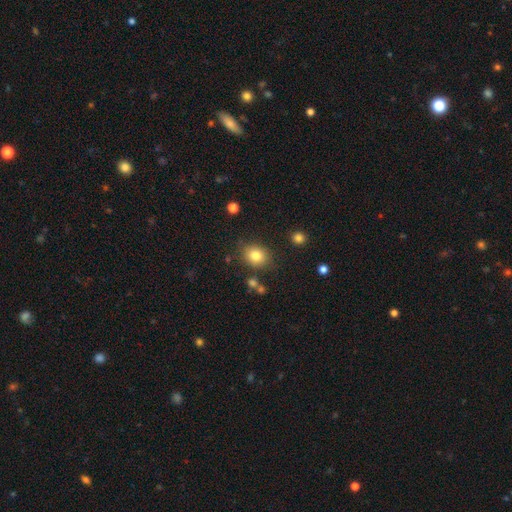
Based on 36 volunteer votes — A smooth galaxy with no disk features (86%) that is in between round and cigar-shaped (58%).

Vote fractions:
- Smooth or featured? smooth: 86% / featured or disk: 8% / star or artifact: 6%
- How rounded? in between: 58% / round: 42% / cigar-shaped: 0%
- Merging? none: 85% / merger: 9% / minor disturbance: 6% / major disturbance: 0%